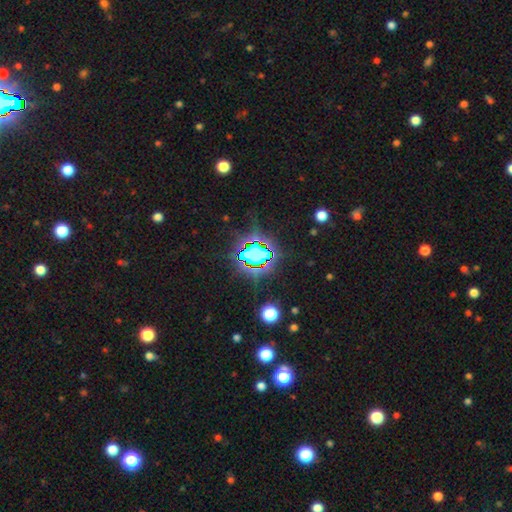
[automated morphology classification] Smooth or featured: star or artifact — 66% (smooth — 23%)